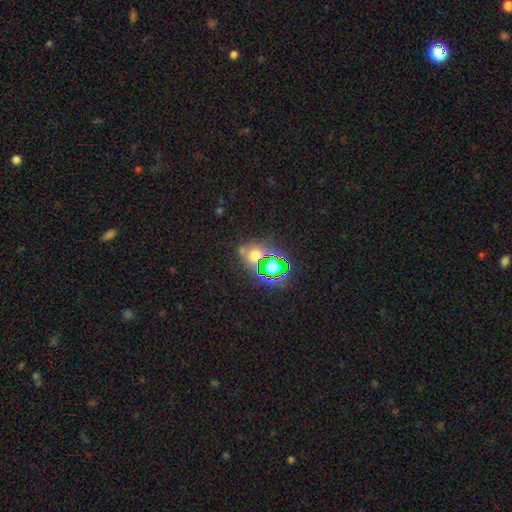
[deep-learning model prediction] Smooth or featured?
  - star or artifact: 48% *
  - smooth: 41%
  - featured or disk: 11%